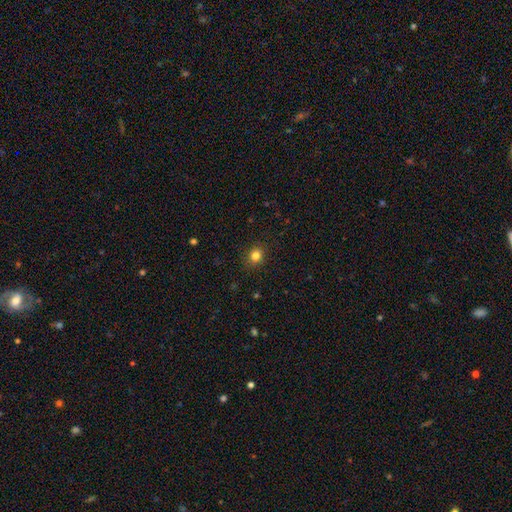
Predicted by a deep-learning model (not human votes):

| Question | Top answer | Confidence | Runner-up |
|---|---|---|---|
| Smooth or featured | smooth | 82% | star or artifact (12%) |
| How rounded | round | 70% | in between (29%) |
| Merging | none | 88% | minor disturbance (8%) |